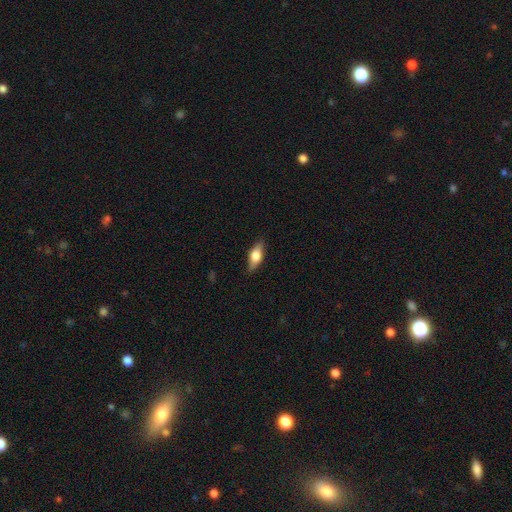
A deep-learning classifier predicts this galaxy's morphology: Smooth or featured: smooth — 56% (featured or disk — 37%)
How rounded: in between — 74% (cigar-shaped — 20%)
Merging: none — 82% (minor disturbance — 14%)